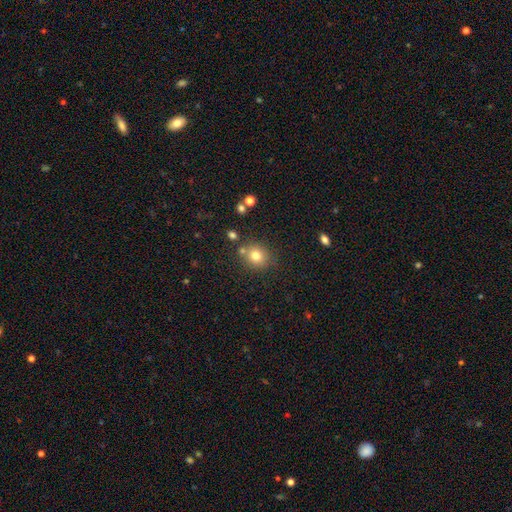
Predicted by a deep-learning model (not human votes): The model was most divided on "merging": none: 74%, merger: 12%, minor disturbance: 10%, major disturbance: 3%. More confident: how rounded — round (85%); smooth or featured — smooth (77%).